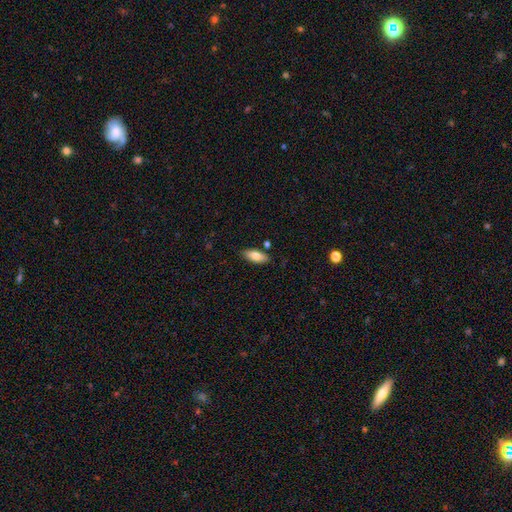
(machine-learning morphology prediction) smooth-or-featured: smooth: 78% | featured or disk: 16% | star or artifact: 6%
  how-rounded: in between: 83% | cigar-shaped: 15% | round: 2%
  merging: none: 84% | minor disturbance: 11% | merger: 3% | major disturbance: 2%